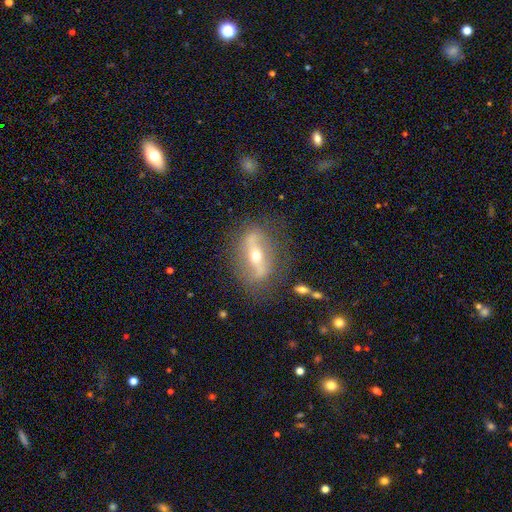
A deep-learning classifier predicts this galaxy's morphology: smooth_or_featured: featured or disk (p=0.77) [alt: smooth p=0.16]
disk_edge_on: no (p=0.68) [alt: yes p=0.32]
bar: strong (p=0.71) [alt: weak p=0.15]
has_spiral_arms: yes (p=0.51) [alt: no p=0.49]
bulge_size: moderate (p=0.51) [alt: small p=0.45]
merging: none (p=0.76) [alt: minor disturbance p=0.14]